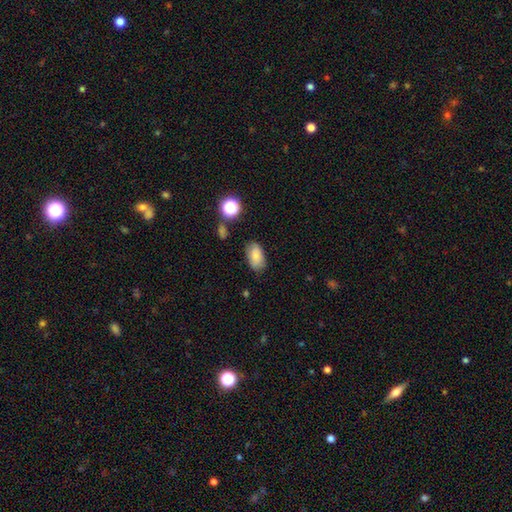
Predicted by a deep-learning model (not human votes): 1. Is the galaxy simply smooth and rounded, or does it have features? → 82% smooth, 9% star or artifact, 9% featured or disk.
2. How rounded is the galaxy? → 92% in between, 6% round, 2% cigar-shaped.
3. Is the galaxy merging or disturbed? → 77% none, 16% minor disturbance, 4% major disturbance, 2% merger.